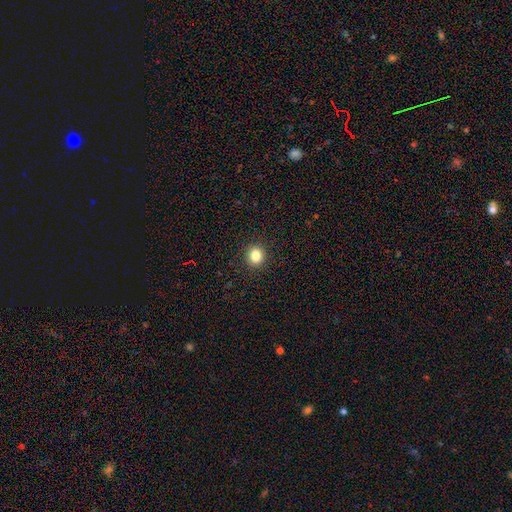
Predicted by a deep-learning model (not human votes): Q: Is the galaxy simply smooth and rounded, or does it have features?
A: smooth — 84%.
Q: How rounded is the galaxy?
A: round — 77%.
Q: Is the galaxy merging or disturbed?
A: none — 91%.